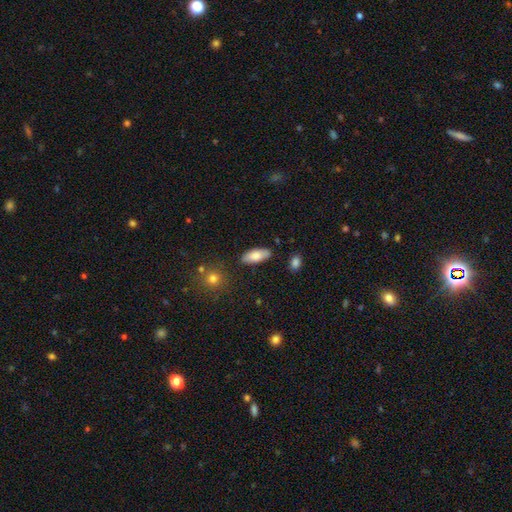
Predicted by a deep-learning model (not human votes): Smooth or featured? smooth (80%)
How rounded? in between (81%)
Merging? none (85%)